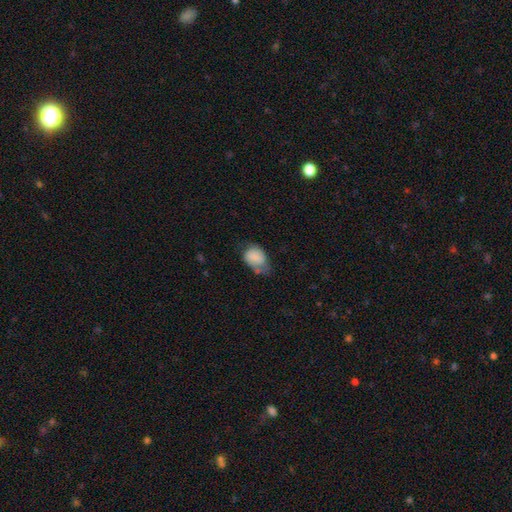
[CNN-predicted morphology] Smooth or featured: smooth — 73% (featured or disk — 18%)
How rounded: in between — 73% (round — 25%)
Merging: minor disturbance — 38% (none — 36%)